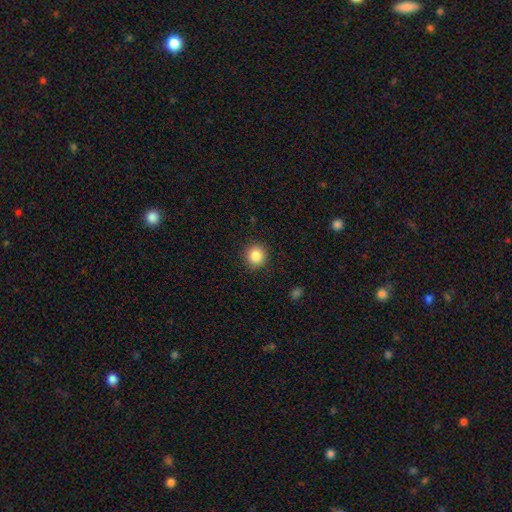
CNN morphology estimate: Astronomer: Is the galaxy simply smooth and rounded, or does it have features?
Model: smooth — 86%.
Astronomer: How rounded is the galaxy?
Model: round — 90%.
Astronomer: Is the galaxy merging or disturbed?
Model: none — 90%.